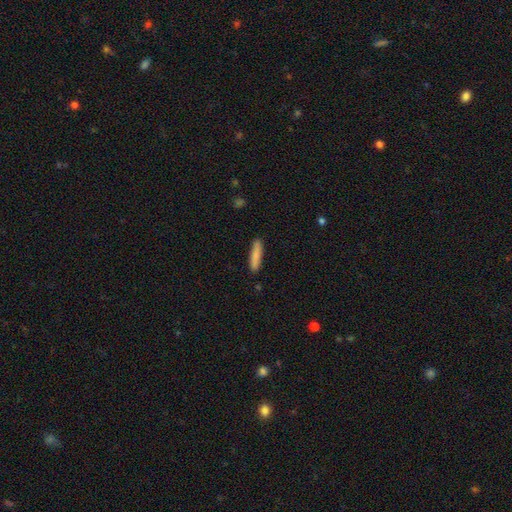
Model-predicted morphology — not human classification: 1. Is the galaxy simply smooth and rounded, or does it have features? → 85% smooth, 9% featured or disk, 6% star or artifact.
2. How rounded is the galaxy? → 83% cigar-shaped, 16% in between, 1% round.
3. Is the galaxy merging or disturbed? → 87% none, 10% minor disturbance, 2% major disturbance, 1% merger.